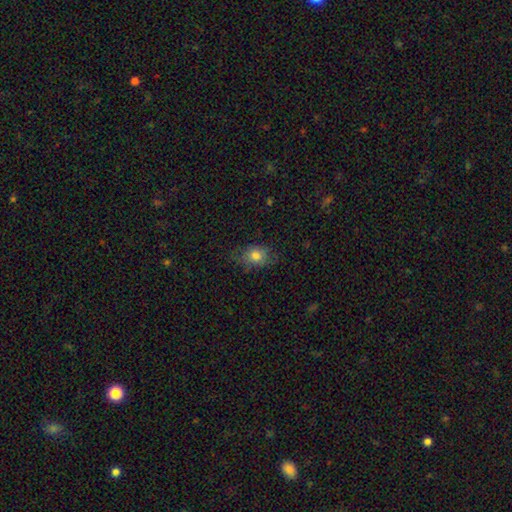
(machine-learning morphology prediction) Smooth or featured? Predicted: smooth (p=0.80). How rounded? Predicted: in between (p=0.57). Merging? Predicted: none (p=0.71).